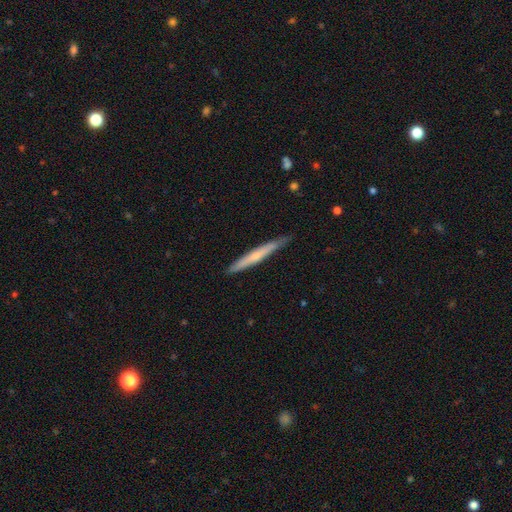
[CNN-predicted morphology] smooth_or_featured: featured or disk (p=0.48) [alt: smooth p=0.46]
merging: none (p=0.84) [alt: minor disturbance p=0.13]